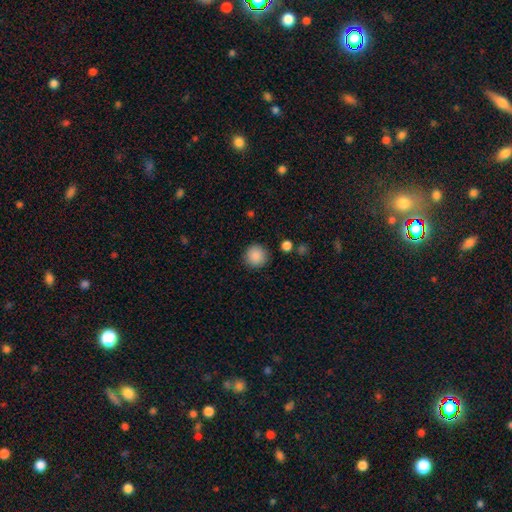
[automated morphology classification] smooth_or_featured: smooth (p=0.88) [alt: star or artifact p=0.08]
how_rounded: round (p=0.94) [alt: in between p=0.05]
merging: none (p=0.89) [alt: minor disturbance p=0.07]